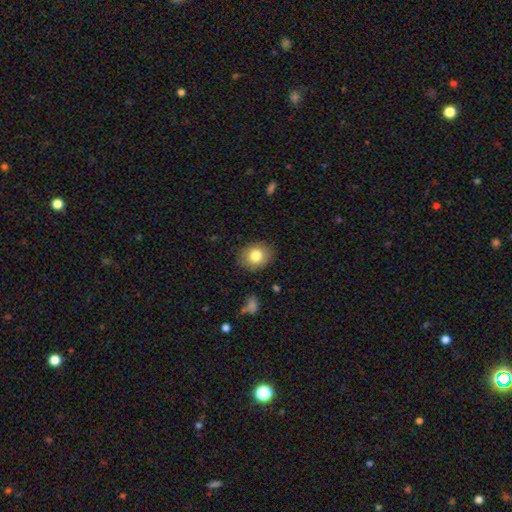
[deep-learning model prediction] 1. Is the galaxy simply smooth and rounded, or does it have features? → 80% smooth, 11% featured or disk, 9% star or artifact.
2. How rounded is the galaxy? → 51% round, 48% in between, 1% cigar-shaped.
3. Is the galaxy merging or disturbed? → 86% none, 10% minor disturbance, 3% major disturbance, 1% merger.